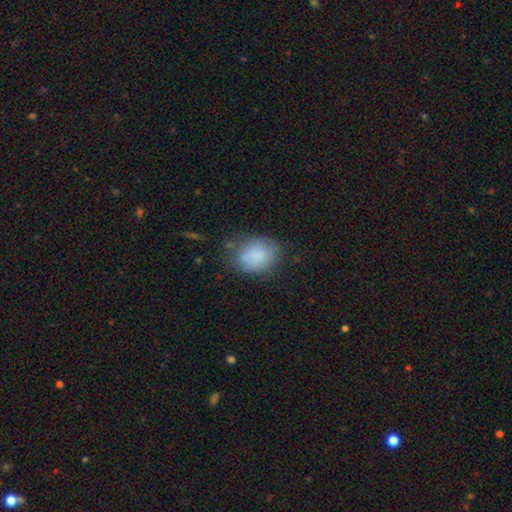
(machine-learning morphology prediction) This appears to be a smooth galaxy with no disk features (83%) that is in between round and cigar-shaped (53%). Merging: none (64%).